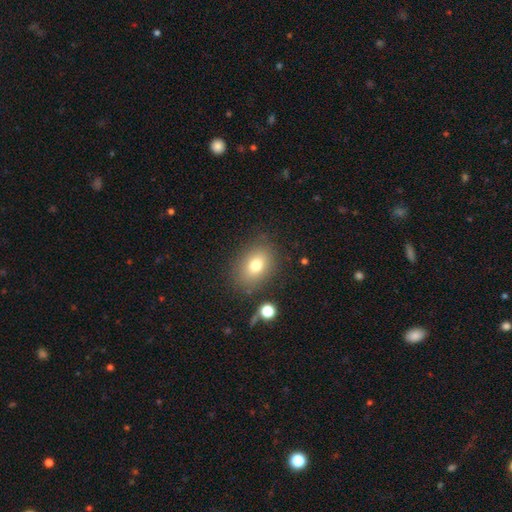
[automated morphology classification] Smooth or featured? Predicted: smooth (p=0.66). How rounded? Predicted: in between (p=0.57). Merging? Predicted: none (p=0.86).